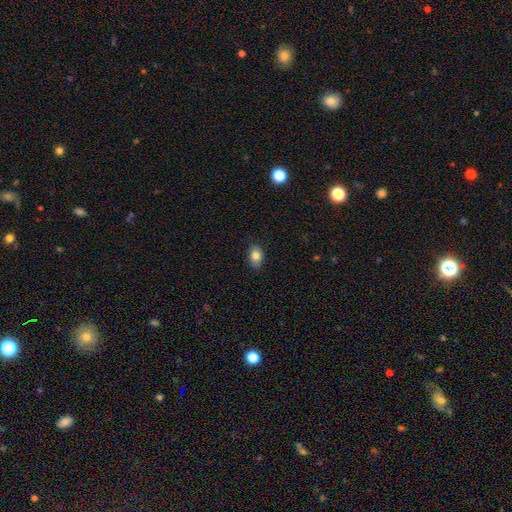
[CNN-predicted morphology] A smooth galaxy with no disk features (84%) that is in between round and cigar-shaped (82%). Merging: none (84%).